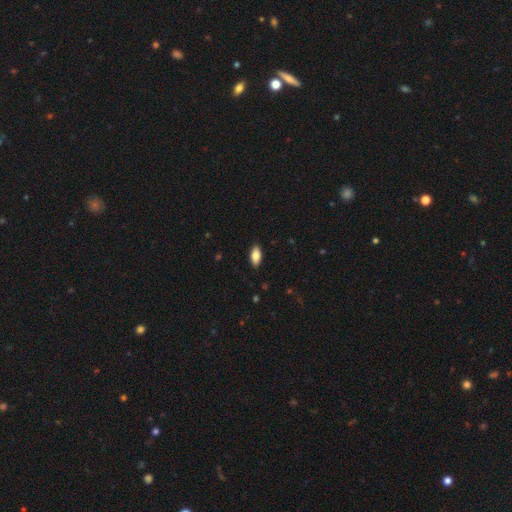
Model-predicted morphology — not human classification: This is clearly a smooth galaxy (83%). How rounded: clearly in between (89%). Merging: clearly none (88%).